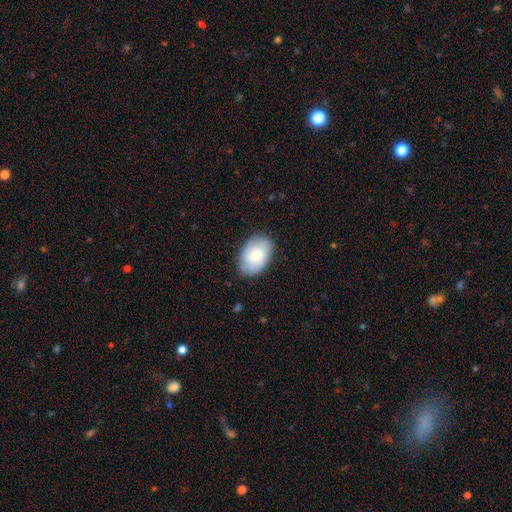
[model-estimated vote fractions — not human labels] Smooth or featured: smooth — 73% (featured or disk — 21%)
How rounded: in between — 90% (round — 9%)
Merging: none — 82% (minor disturbance — 14%)